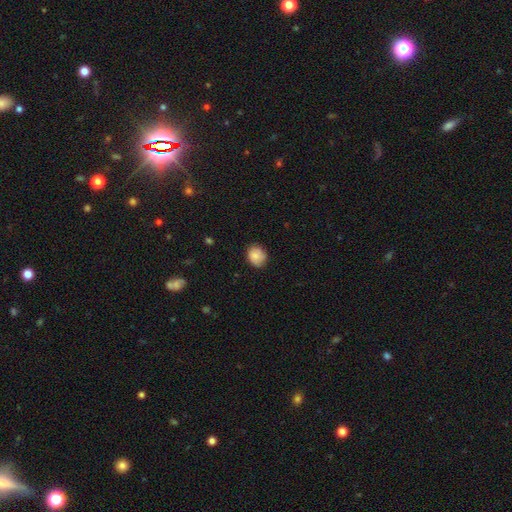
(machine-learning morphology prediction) smooth-or-featured: smooth: 81% | featured or disk: 11% | star or artifact: 8%
  how-rounded: round: 59% | in between: 40% | cigar-shaped: 1%
  merging: none: 75% | minor disturbance: 20% | major disturbance: 3% | merger: 1%